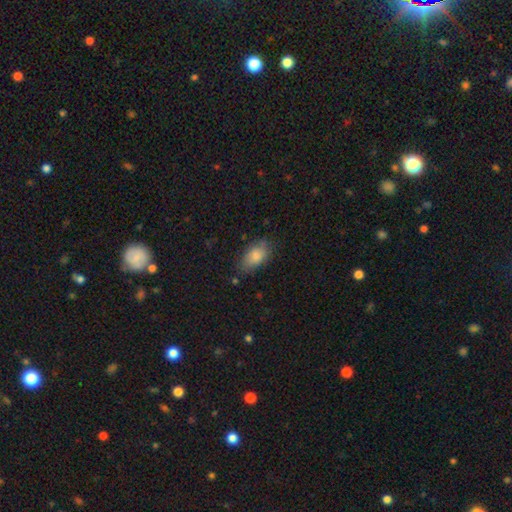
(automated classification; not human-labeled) smooth 82%, featured or disk 11%, star or artifact 7%. Down the decision tree: how rounded — in between (91%); merging — none (71%).